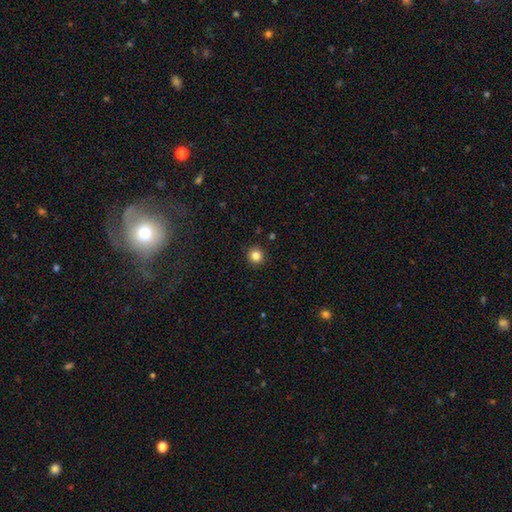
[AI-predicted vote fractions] A smooth galaxy with no disk features (84%) that is round (93%). Merging: none (92%).